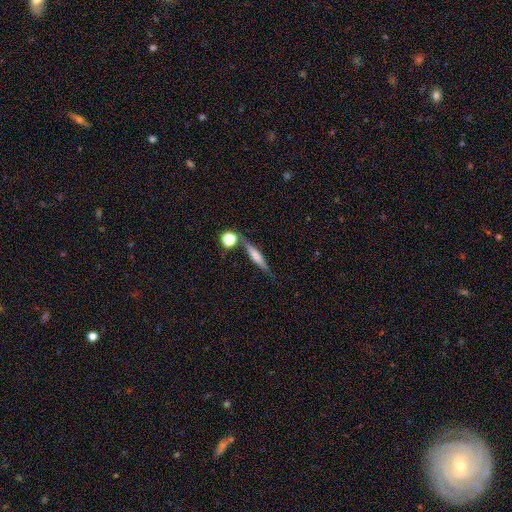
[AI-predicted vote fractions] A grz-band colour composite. It shows a featured or disk galaxy (46%). Merging: none (71%).